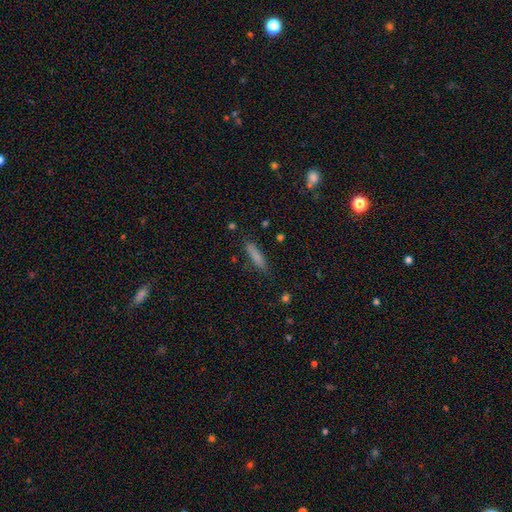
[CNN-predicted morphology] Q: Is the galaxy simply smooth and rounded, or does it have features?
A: smooth — 82%.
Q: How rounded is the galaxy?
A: cigar-shaped — 79%.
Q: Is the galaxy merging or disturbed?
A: none — 82%.